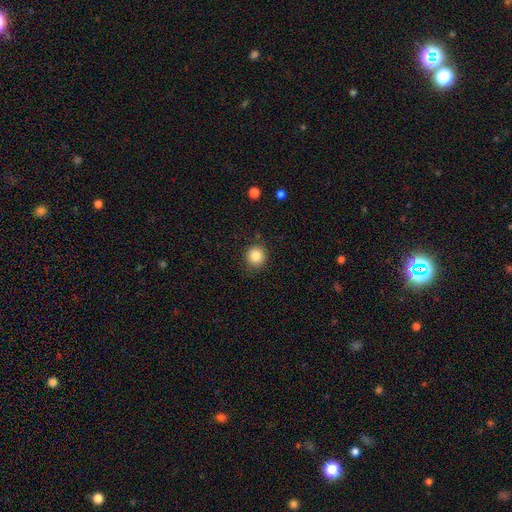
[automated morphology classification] A smooth galaxy with no disk features (84%) that is round (91%). Merging: none (87%).